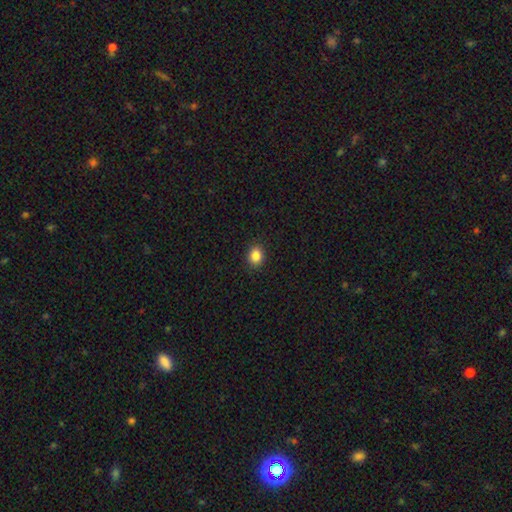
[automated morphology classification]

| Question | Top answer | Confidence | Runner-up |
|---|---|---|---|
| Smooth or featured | smooth | 86% | star or artifact (10%) |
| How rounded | round | 51% | in between (48%) |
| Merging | none | 90% | minor disturbance (7%) |